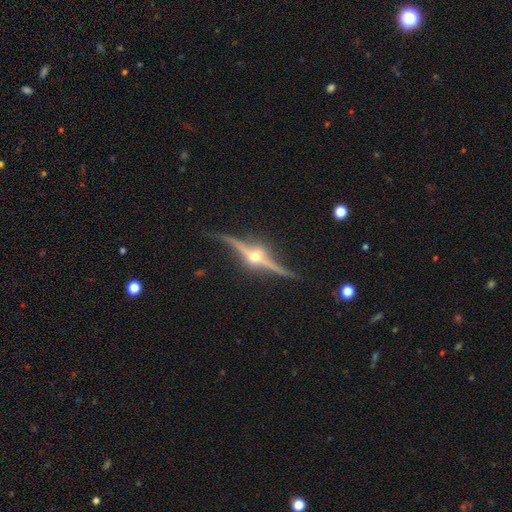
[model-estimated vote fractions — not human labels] Smooth or featured? featured or disk (91%)
Edge-on disk? yes (95%)
Edge-on bulge? rounded (96%)
Merging? none (81%)